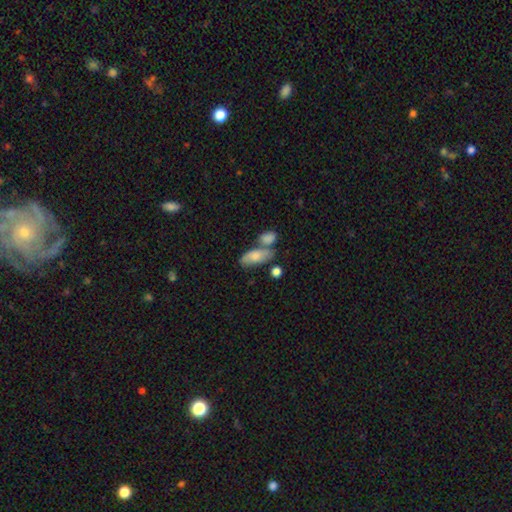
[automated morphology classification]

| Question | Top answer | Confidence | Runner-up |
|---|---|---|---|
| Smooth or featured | smooth | 66% | featured or disk (27%) |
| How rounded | in between | 85% | cigar-shaped (11%) |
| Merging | none | 41% | merger (34%) |